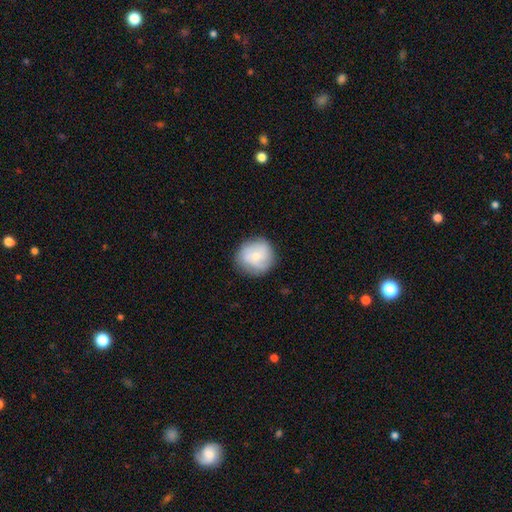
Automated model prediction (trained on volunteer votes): Morphology: type=smooth (51%); roundness=round (91%); merging=none (80%).